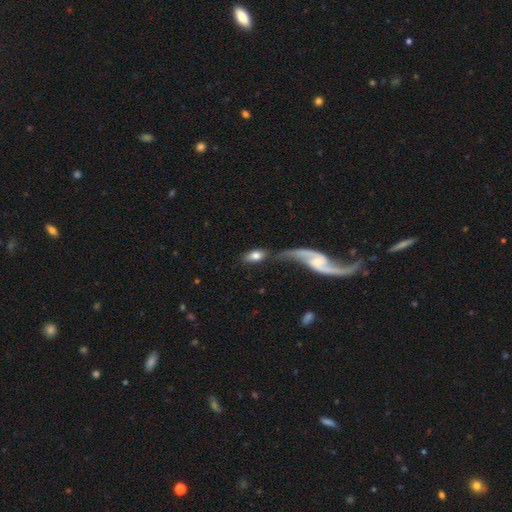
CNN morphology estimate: This appears to be a smooth galaxy with no disk features (71%) that is in between round and cigar-shaped (90%). Merging: none (48%).